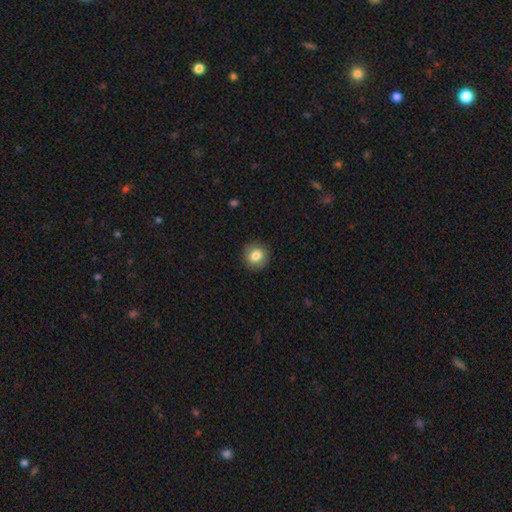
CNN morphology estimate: Smooth or featured? smooth (80%)
How rounded? round (86%)
Merging? none (88%)